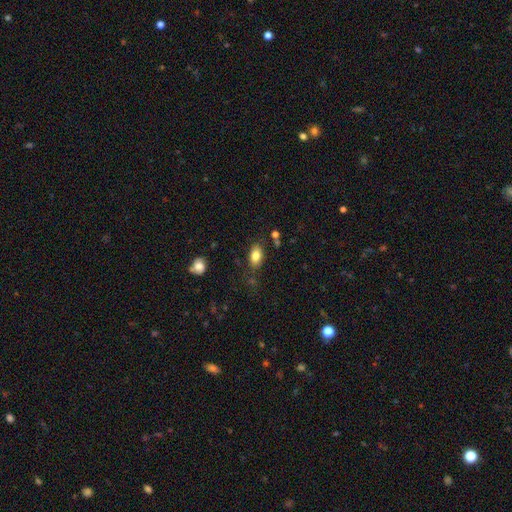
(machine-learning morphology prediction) Smooth or featured? Predicted: smooth (p=0.82). How rounded? Predicted: in between (p=0.89). Merging? Predicted: none (p=0.79).